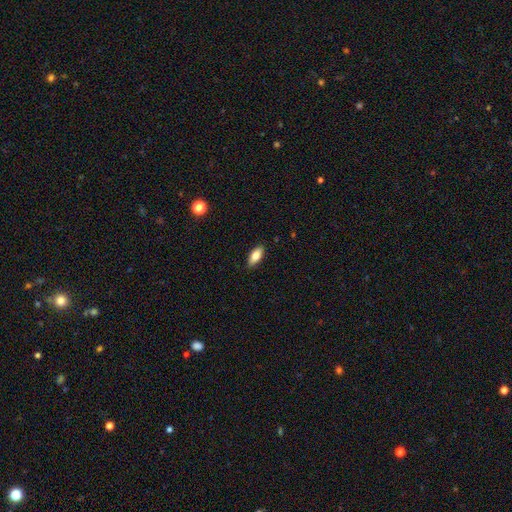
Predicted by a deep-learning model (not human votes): This is likely a smooth galaxy (77%). How rounded: clearly in between (82%). Merging: clearly none (88%).